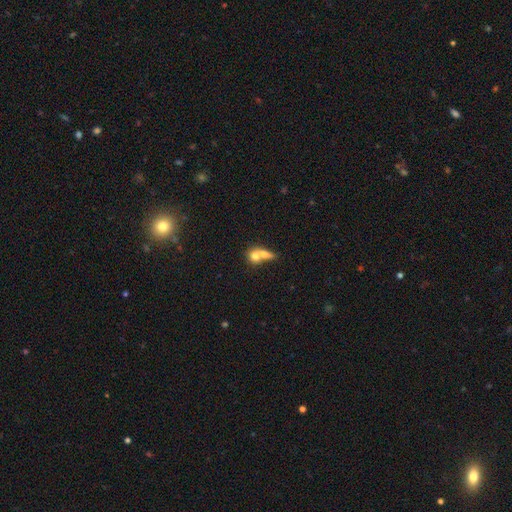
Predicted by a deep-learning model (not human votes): Overall: smooth (69%). How rounded: round (61%; in between 33%). Merging: merger (68%).